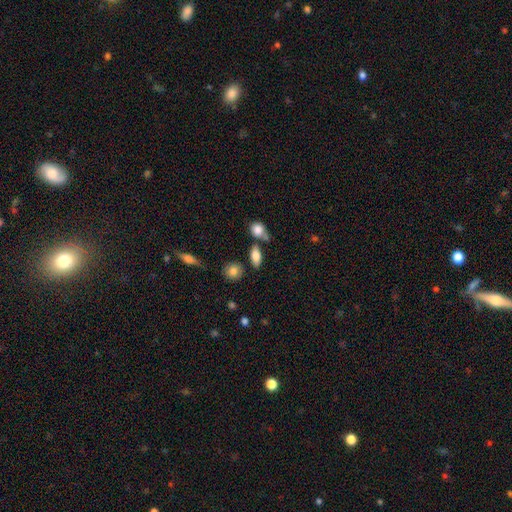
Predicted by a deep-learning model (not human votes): smooth_or_featured: smooth (p=0.80) [alt: featured or disk p=0.12]
how_rounded: in between (p=0.80) [alt: cigar-shaped p=0.11]
merging: none (p=0.63) [alt: merger p=0.18]